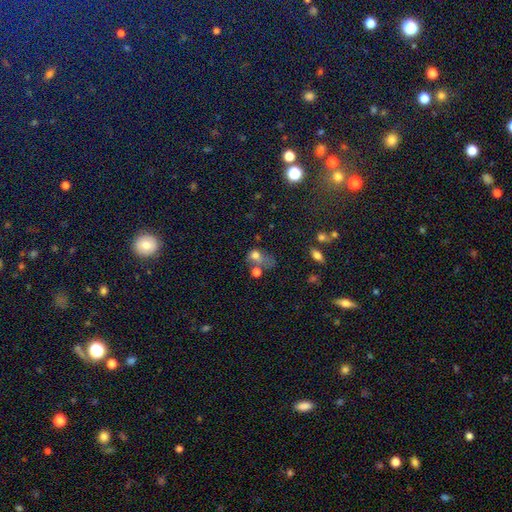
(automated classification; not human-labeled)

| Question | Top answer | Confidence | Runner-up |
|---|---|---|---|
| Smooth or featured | smooth | 67% | featured or disk (17%) |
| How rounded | in between | 57% | round (41%) |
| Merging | merger | 35% | major disturbance (27%) |